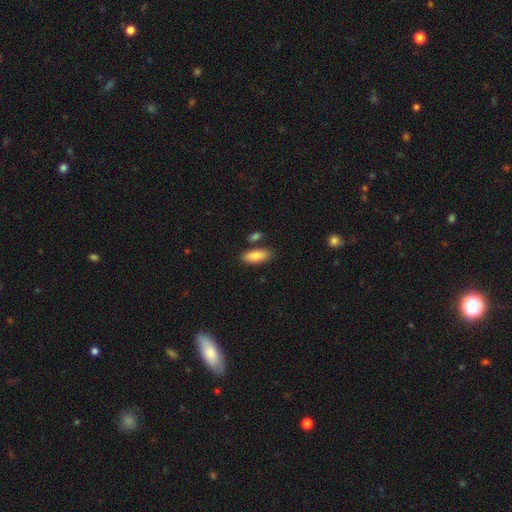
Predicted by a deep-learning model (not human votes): smooth_or_featured: smooth (p=0.85) [alt: featured or disk p=0.09]
how_rounded: in between (p=0.81) [alt: cigar-shaped p=0.17]
merging: none (p=0.79) [alt: minor disturbance p=0.11]